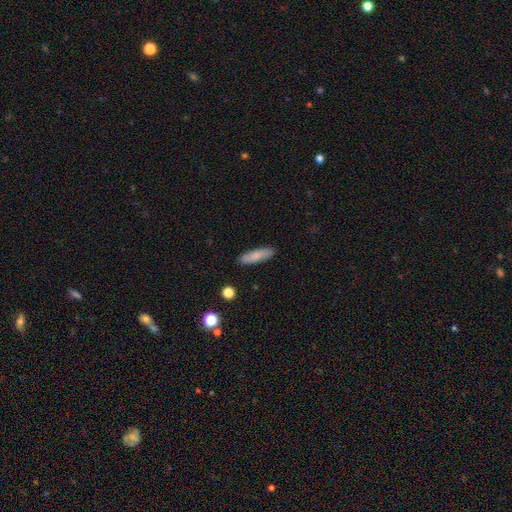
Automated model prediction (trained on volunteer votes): Smooth or featured? Predicted: smooth (p=0.81). How rounded? Predicted: cigar-shaped (p=0.64). Merging? Predicted: none (p=0.88).